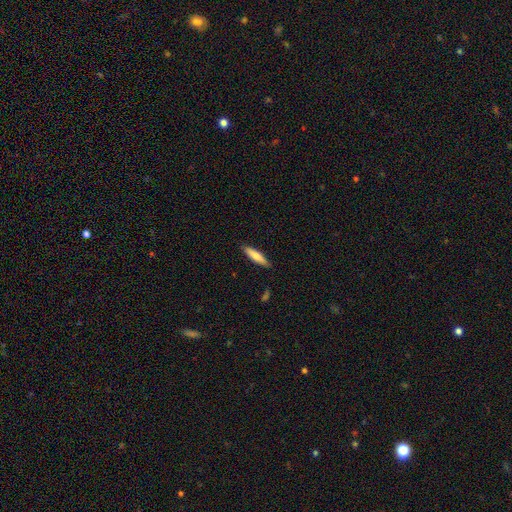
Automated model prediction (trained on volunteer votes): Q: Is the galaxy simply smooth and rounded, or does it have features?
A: smooth — 74%.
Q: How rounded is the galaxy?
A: cigar-shaped — 79%.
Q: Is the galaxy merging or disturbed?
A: none — 87%.